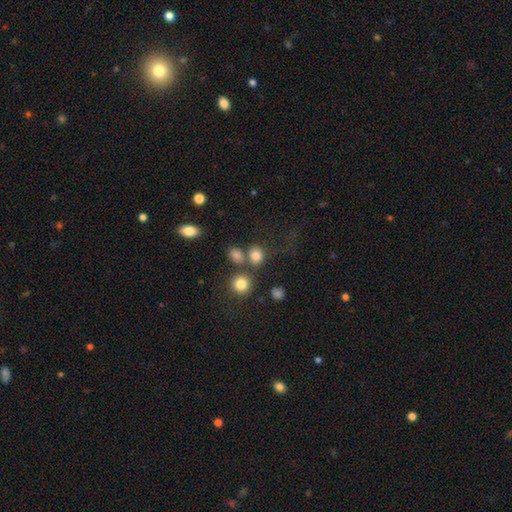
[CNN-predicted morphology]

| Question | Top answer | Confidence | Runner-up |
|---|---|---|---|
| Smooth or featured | smooth | 79% | star or artifact (14%) |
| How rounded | round | 68% | in between (31%) |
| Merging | none | 58% | merger (24%) |